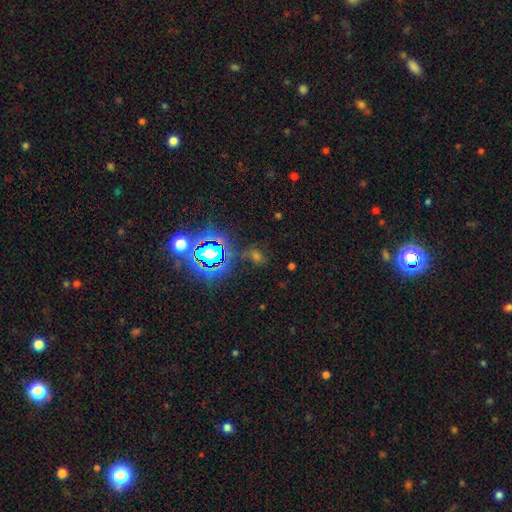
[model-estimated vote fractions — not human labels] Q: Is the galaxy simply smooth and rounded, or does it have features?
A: star or artifact — 58%.